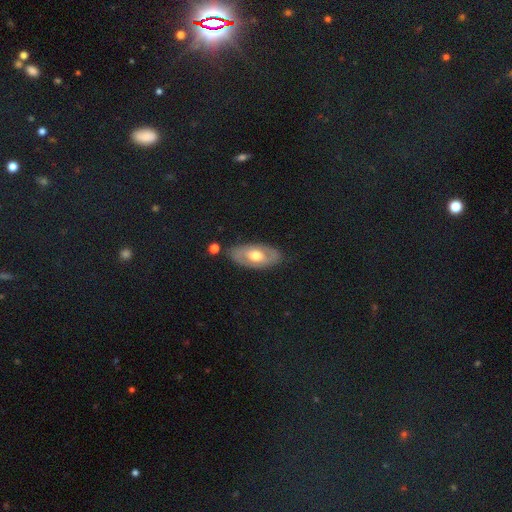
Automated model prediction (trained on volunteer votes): Overall: featured or disk (60%; smooth 34%). Edge-on disk: no (87%). Bar: no (72%). Spiral arms: no (54%; yes 46%). Bulge size: moderate (75%). Merging: none (80%).